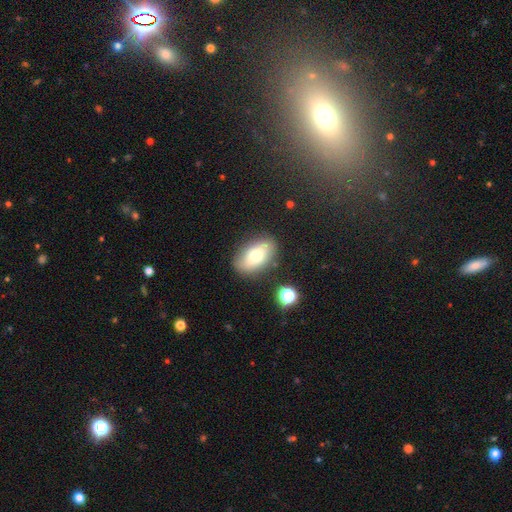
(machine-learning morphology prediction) This appears to be a smooth galaxy with no disk features (71%) that is in between round and cigar-shaped (89%). Merging: none (80%).